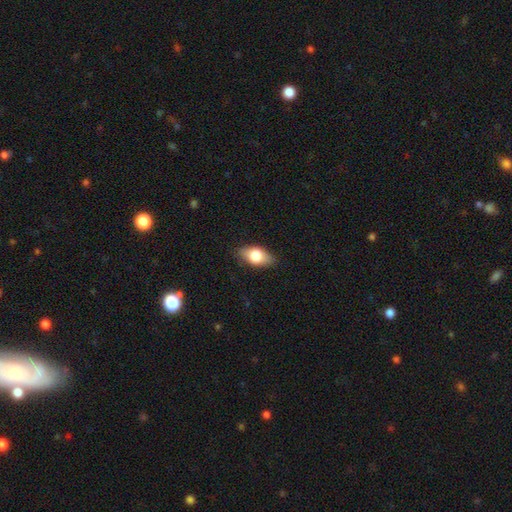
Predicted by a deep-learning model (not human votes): The model was most divided on "smooth or featured": smooth: 71%, featured or disk: 22%, star or artifact: 7%. More confident: how rounded — in between (87%); merging — none (83%).